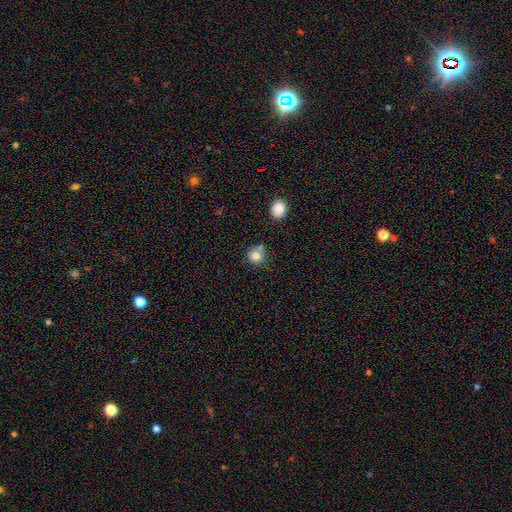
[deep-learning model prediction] Q: Smooth or featured?
A: smooth (81%); runner-up: star or artifact (11%)
Q: How rounded?
A: round (87%); runner-up: in between (12%)
Q: Merging?
A: none (58%); runner-up: minor disturbance (18%)